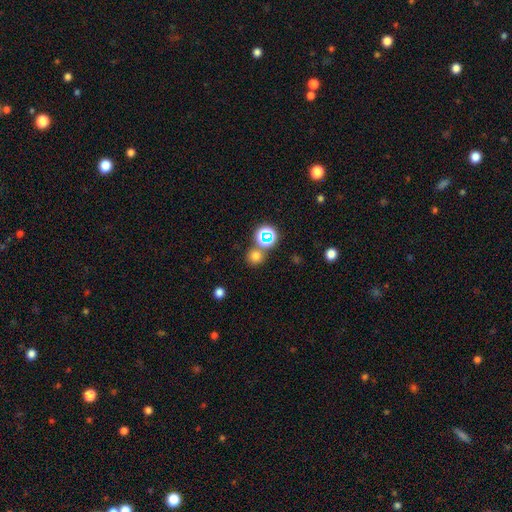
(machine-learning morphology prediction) This is likely a smooth galaxy (69%). How rounded: clearly round (90%). Merging: likely none (72%).